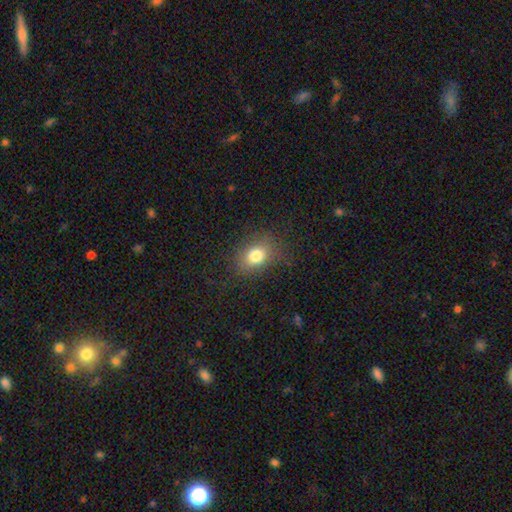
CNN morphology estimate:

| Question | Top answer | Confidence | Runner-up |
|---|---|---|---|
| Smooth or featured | smooth | 79% | star or artifact (12%) |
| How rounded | in between | 64% | round (34%) |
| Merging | none | 79% | minor disturbance (14%) |